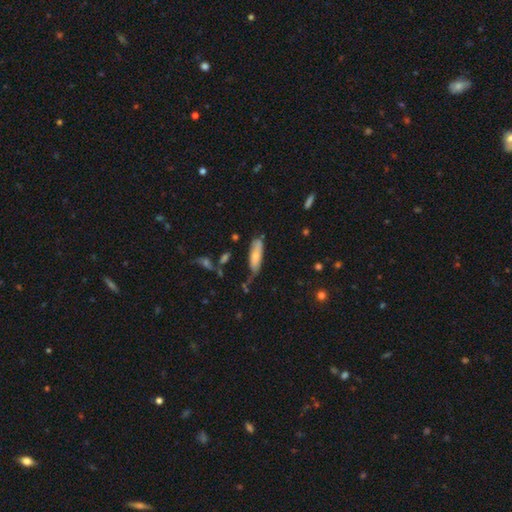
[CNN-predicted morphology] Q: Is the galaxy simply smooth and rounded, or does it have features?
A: smooth — 70%.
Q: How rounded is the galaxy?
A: in between — 52%.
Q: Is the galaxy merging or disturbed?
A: none — 52%.